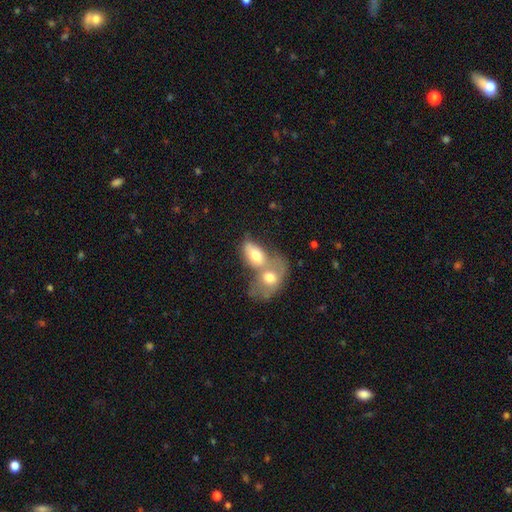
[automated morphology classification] The model was most divided on "smooth or featured": smooth: 67%, featured or disk: 26%, star or artifact: 7%. More confident: how rounded — in between (87%); merging — merger (74%).